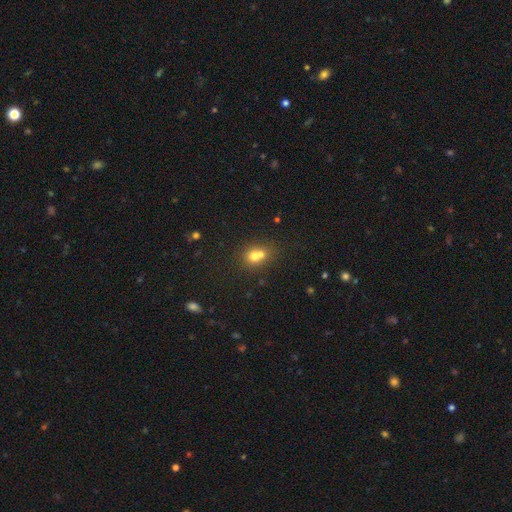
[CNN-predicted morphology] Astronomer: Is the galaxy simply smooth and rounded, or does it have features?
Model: smooth — 68%.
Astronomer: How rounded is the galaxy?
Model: round — 69%.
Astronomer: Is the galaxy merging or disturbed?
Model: merger — 61%.